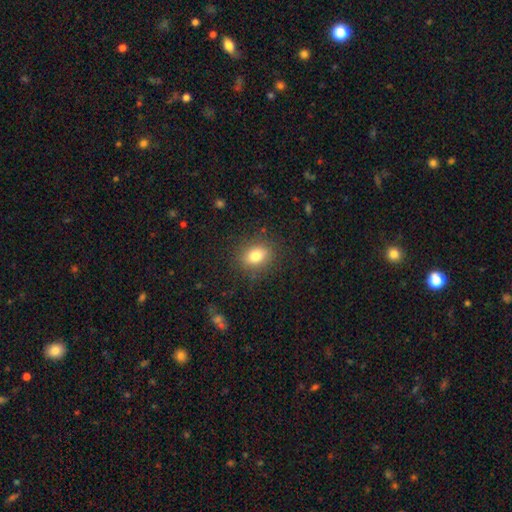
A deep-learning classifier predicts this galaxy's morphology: A smooth galaxy with no disk features (82%) that is in between round and cigar-shaped (66%).

Vote fractions:
- Smooth or featured? smooth: 82% / star or artifact: 10% / featured or disk: 8%
- How rounded? in between: 66% / round: 33% / cigar-shaped: 2%
- Merging? none: 85% / minor disturbance: 10% / major disturbance: 4% / merger: 1%